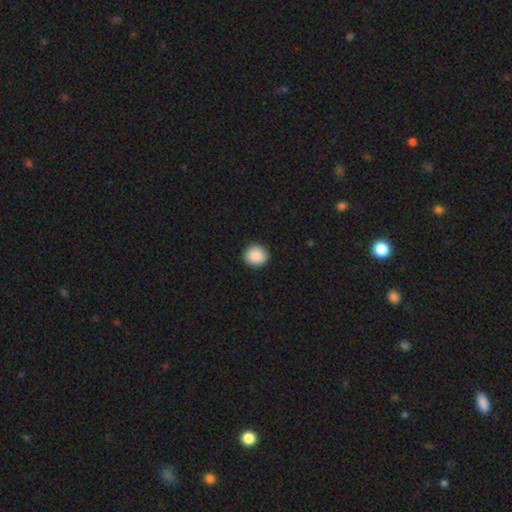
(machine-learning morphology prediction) type=smooth (89%); roundness=round (87%); merging=none (91%).